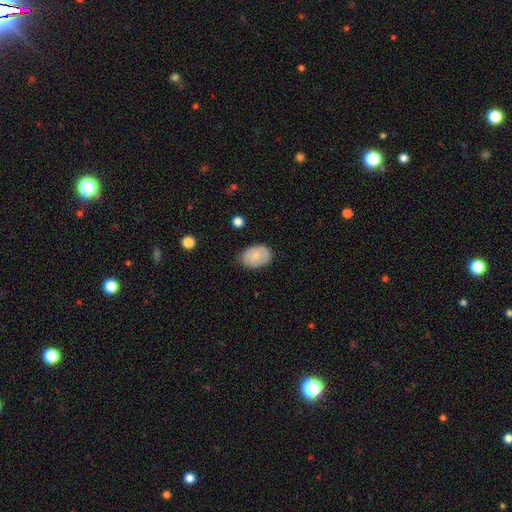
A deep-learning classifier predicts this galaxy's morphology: Smooth or featured? smooth (73%)
How rounded? in between (81%)
Merging? none (75%)